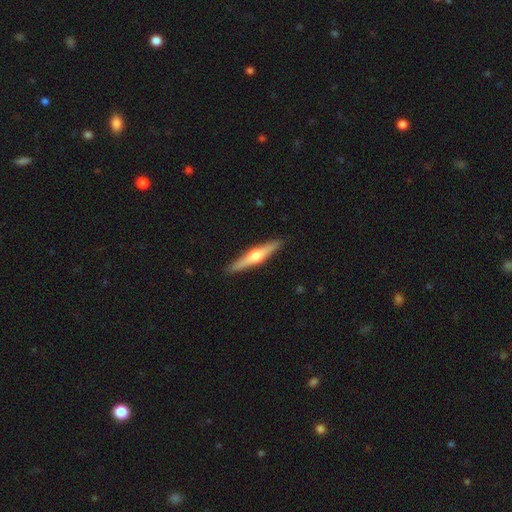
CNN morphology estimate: This appears to be a featured or disk galaxy (64%) viewed edge-on (97%) with a rounded central bulge (93%). Merging: none (91%).